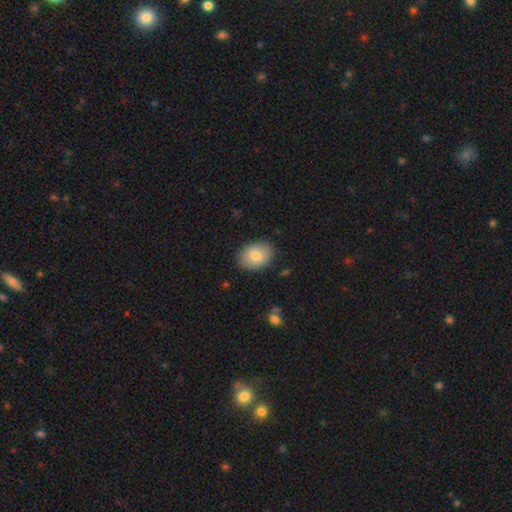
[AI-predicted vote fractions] Smooth or featured? smooth (82%)
How rounded? in between (79%)
Merging? none (85%)